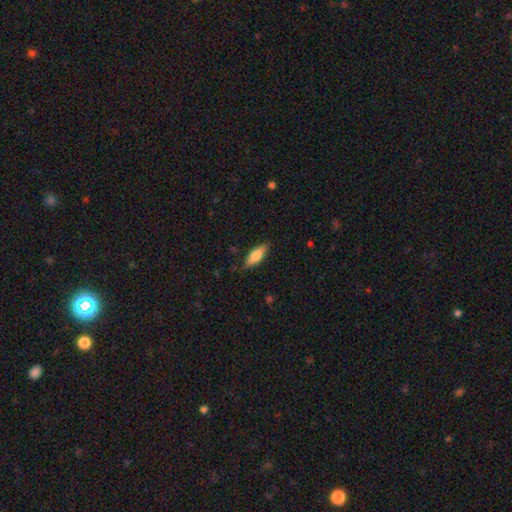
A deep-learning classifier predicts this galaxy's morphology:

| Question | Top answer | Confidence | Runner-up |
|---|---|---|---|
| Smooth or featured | smooth | 70% | featured or disk (24%) |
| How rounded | in between | 55% | cigar-shaped (43%) |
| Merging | none | 86% | minor disturbance (11%) |